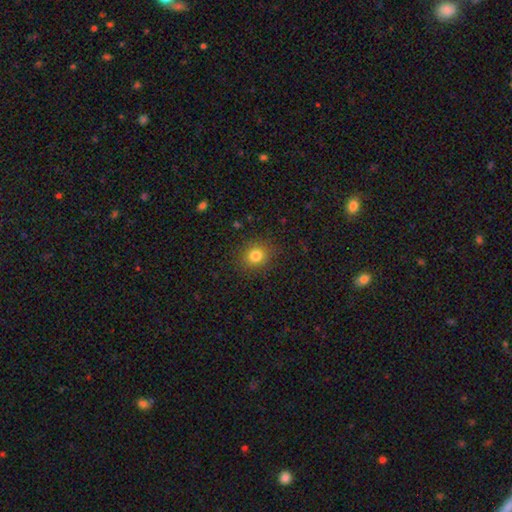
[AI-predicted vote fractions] A smooth galaxy with no disk features (81%) that is round (76%).

Vote fractions:
- Smooth or featured? smooth: 81% / star or artifact: 13% / featured or disk: 6%
- How rounded? round: 76% / in between: 23% / cigar-shaped: 1%
- Merging? none: 87% / minor disturbance: 8% / major disturbance: 3% / merger: 1%